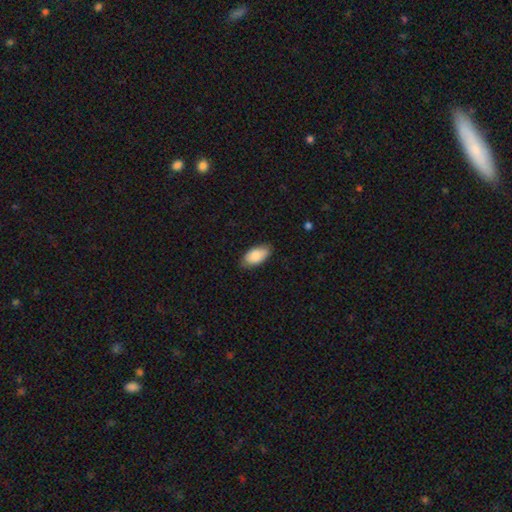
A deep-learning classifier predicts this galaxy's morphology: Smooth or featured? smooth (87%)
How rounded? in between (94%)
Merging? none (77%)